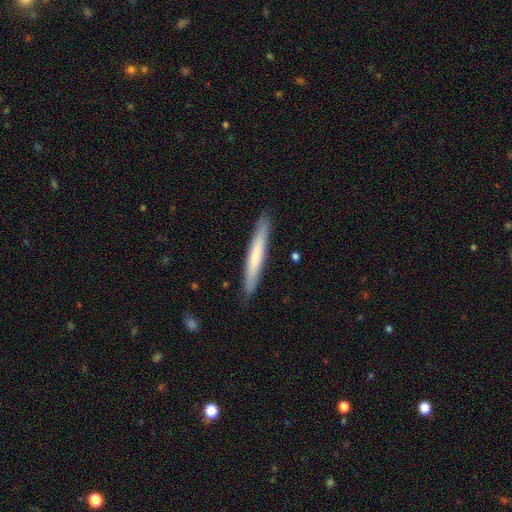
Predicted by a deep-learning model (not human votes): Smooth or featured? smooth (65%)
How rounded? cigar-shaped (96%)
Merging? none (89%)